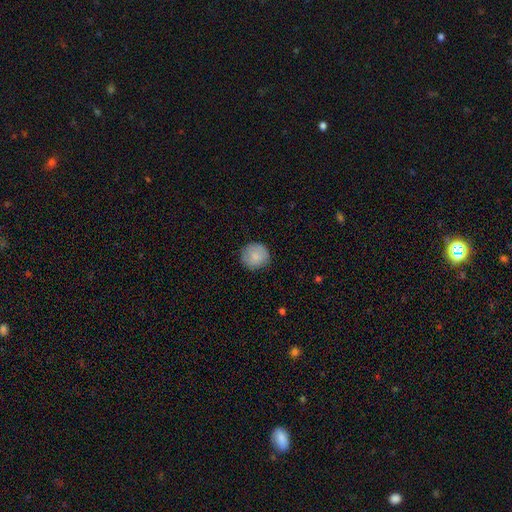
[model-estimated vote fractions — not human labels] A smooth galaxy with no disk features (83%) that is round (91%). Merging: none (85%).